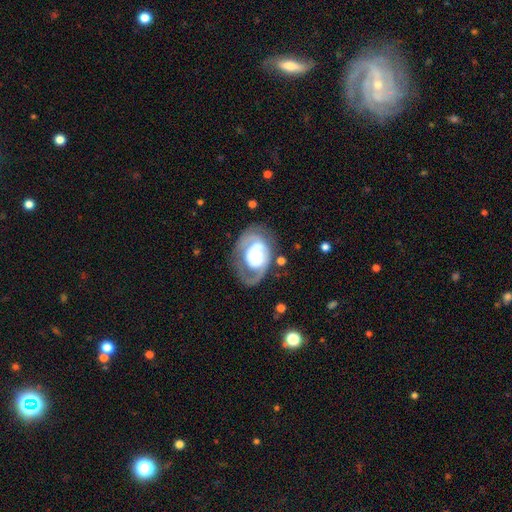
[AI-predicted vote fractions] A featured or disk galaxy (72%) with no bar (77%), 2 (40%) tight (47%) spiral arms (75%) and a small central bulge (39%).

Vote fractions:
- Smooth or featured? featured or disk: 72% / smooth: 22% / star or artifact: 6%
- Edge-on disk? no: 97% / yes: 3%
- Bar? no: 77% / weak: 18% / strong: 5%
- Spiral arms? yes: 75% / no: 25%
- Spiral winding? tight: 47% / medium: 34% / loose: 18%
- Spiral arm count? 2: 40% / 1: 31% / can't tell: 22% / 3: 4% / 4: 2% / more than 4: 2%
- Bulge size? small: 39% / moderate: 32% / large: 21% / dominant: 5% / none: 3%
- Merging? none: 50% / major disturbance: 23% / minor disturbance: 22% / merger: 5%